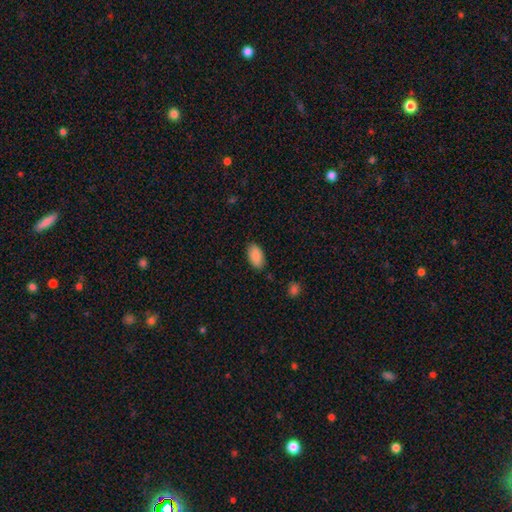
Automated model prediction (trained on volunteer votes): A smooth galaxy with no disk features (89%) that is in between round and cigar-shaped (95%). Merging: none (86%).